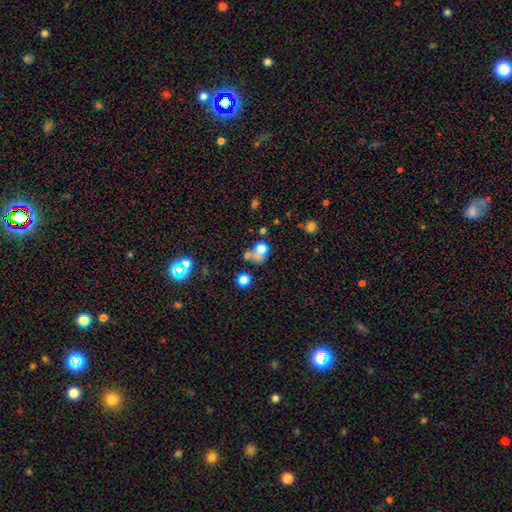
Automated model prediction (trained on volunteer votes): Overall: smooth (64%). How rounded: round (71%). Merging: merger (43%; none 38%).